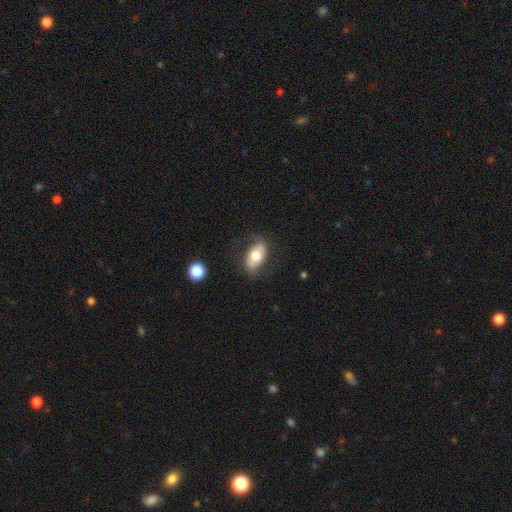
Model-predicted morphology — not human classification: Overall: smooth (65%; featured or disk 29%). How rounded: in between (91%). Merging: none (73%).